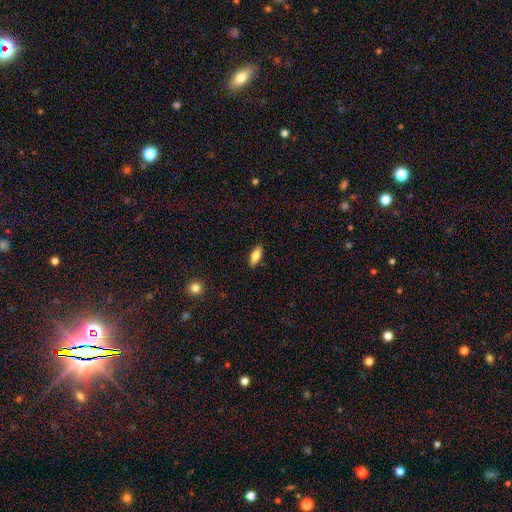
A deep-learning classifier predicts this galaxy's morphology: This appears to be a smooth galaxy with no disk features (74%) that is in between round and cigar-shaped (74%). Merging: none (89%).